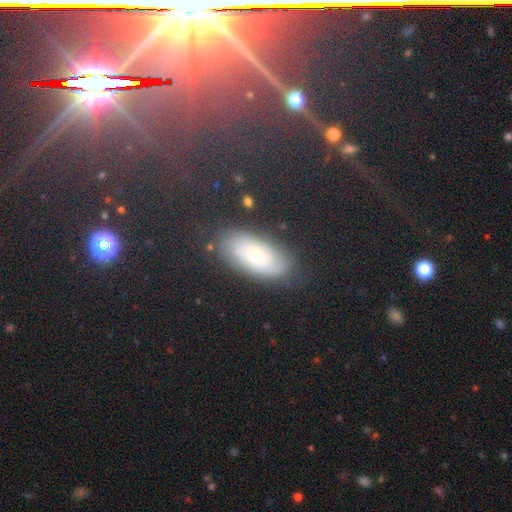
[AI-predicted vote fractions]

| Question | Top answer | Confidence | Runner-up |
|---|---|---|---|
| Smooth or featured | featured or disk | 46% | smooth (36%) |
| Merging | none | 79% | minor disturbance (15%) |